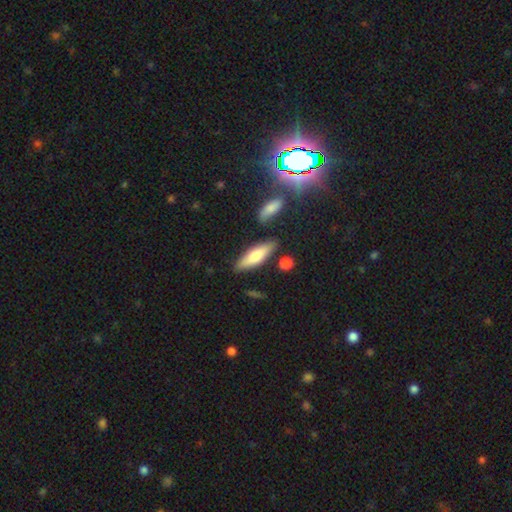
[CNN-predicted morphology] Smooth or featured? smooth (68%)
How rounded? in between (49%, tied with cigar-shaped)
Merging? none (80%)